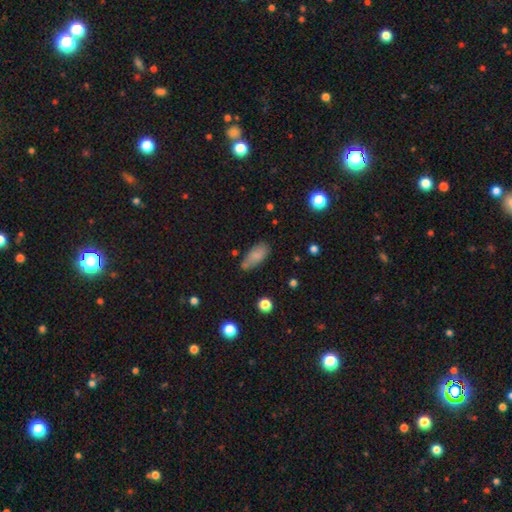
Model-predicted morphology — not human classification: The model was most divided on "merging": none: 65%, minor disturbance: 25%, major disturbance: 6%, merger: 5%. More confident: how rounded — in between (84%); smooth or featured — smooth (78%).